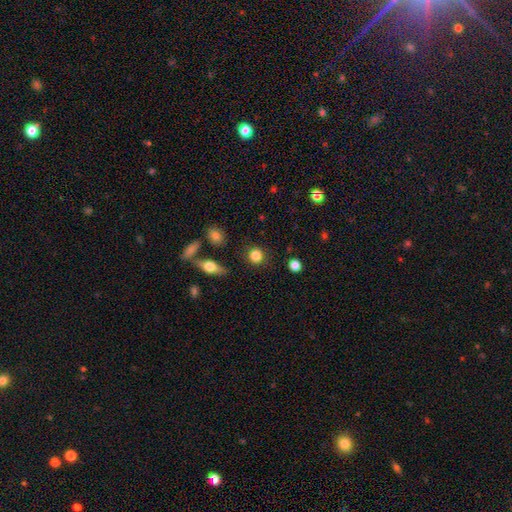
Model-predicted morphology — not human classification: Smooth or featured? smooth (85%)
How rounded? round (89%)
Merging? none (87%)